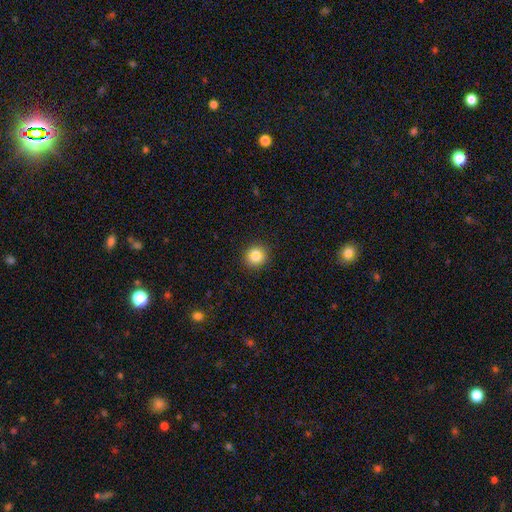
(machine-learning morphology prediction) Smooth or featured? smooth (77%)
How rounded? round (88%)
Merging? none (82%)